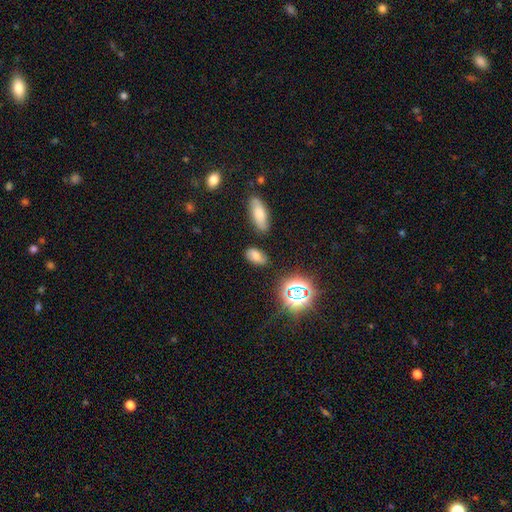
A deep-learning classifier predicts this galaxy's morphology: smooth-or-featured: smooth: 66% | star or artifact: 20% | featured or disk: 14%
  how-rounded: in between: 88% | round: 8% | cigar-shaped: 4%
  merging: none: 79% | minor disturbance: 13% | merger: 4% | major disturbance: 3%